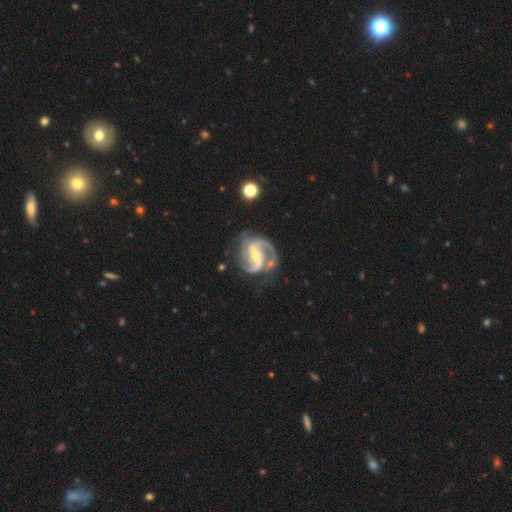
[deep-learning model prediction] Smooth or featured? featured or disk (92%)
Edge-on disk? no (98%)
Bar? strong (59%)
Spiral arms? yes (98%)
Spiral winding? medium (59%)
Spiral arm count? 2 (76%)
Bulge size? small (60%)
Merging? none (65%)